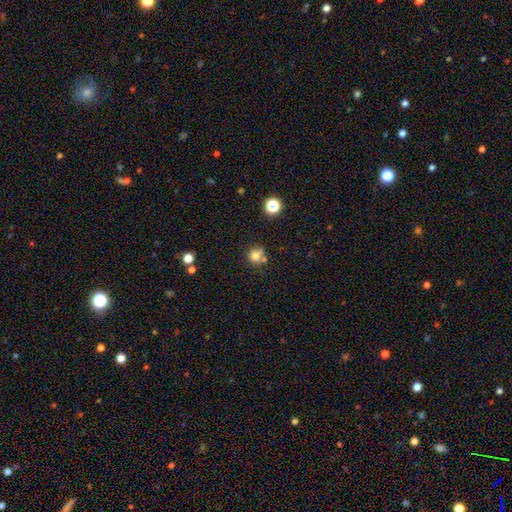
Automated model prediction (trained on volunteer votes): The model was most divided on "merging": none: 61%, merger: 22%, minor disturbance: 12%, major disturbance: 4%. More confident: how rounded — round (88%); smooth or featured — smooth (76%).